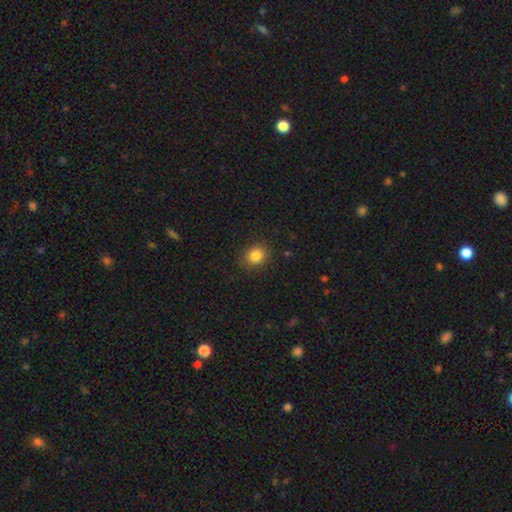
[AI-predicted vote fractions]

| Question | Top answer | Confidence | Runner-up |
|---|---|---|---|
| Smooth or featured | smooth | 84% | star or artifact (11%) |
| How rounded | round | 69% | in between (31%) |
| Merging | none | 86% | minor disturbance (9%) |